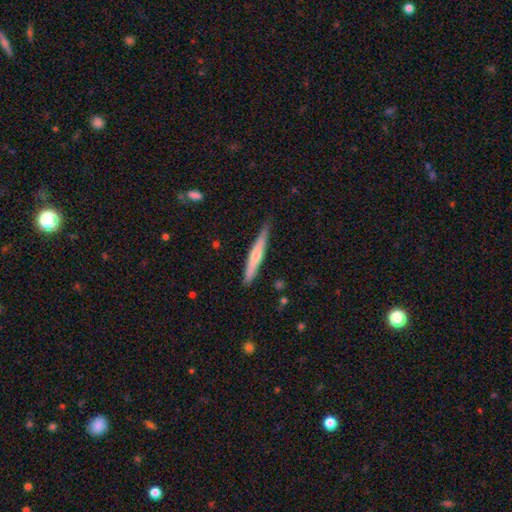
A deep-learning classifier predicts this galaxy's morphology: Smooth or featured? Predicted: featured or disk (p=0.51). Edge-on disk? Predicted: yes (p=0.95). Merging? Predicted: none (p=0.80).